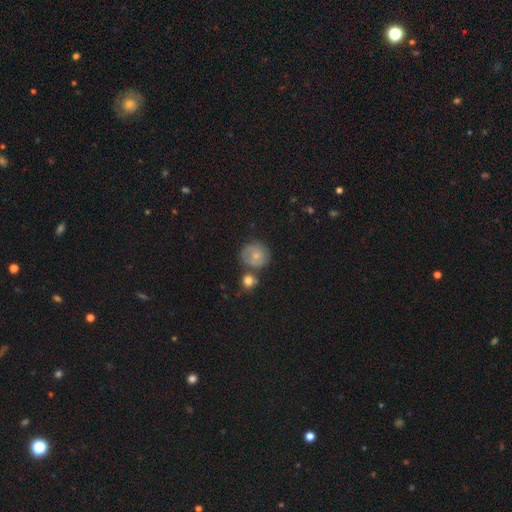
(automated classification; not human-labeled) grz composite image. It shows a smooth galaxy with no disk features (63%) that is round (85%). Merging: none (59%).